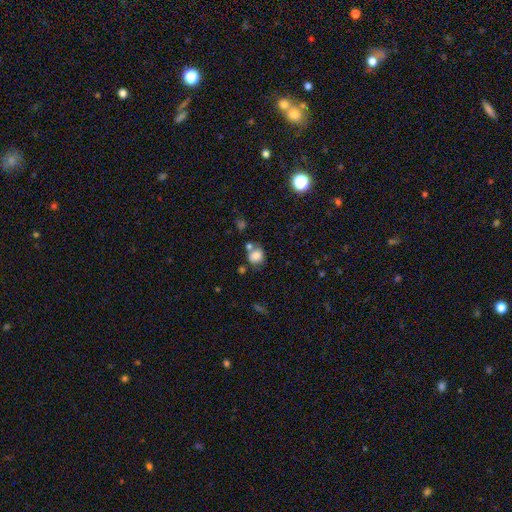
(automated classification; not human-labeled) Smooth or featured? smooth (80%)
How rounded? round (72%)
Merging? none (49%)